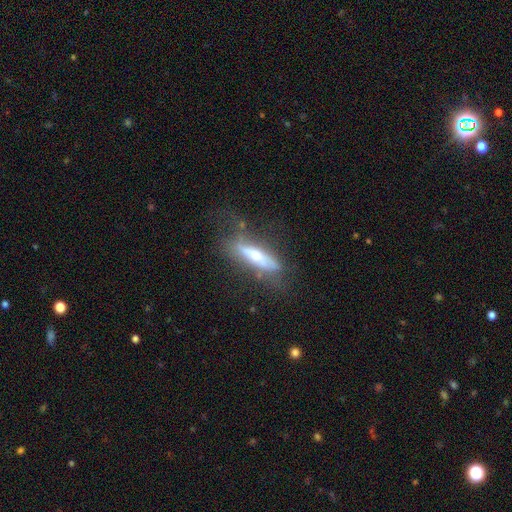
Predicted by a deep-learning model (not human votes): Smooth or featured?
  - featured or disk: 54% *
  - smooth: 40%
  - star or artifact: 7%
Edge-on disk?
  - yes: 67% *
  - no: 33%
Merging?
  - none: 57% *
  - minor disturbance: 24%
  - major disturbance: 15%
  - merger: 4%